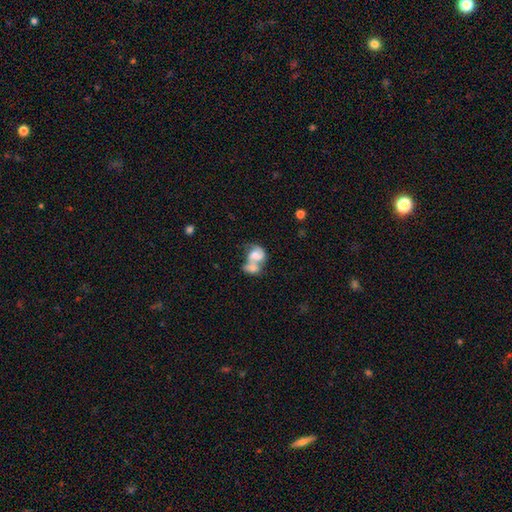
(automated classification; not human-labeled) Overall: smooth (53%; featured or disk 39%). How rounded: in between (66%; round 32%). Merging: merger (73%).